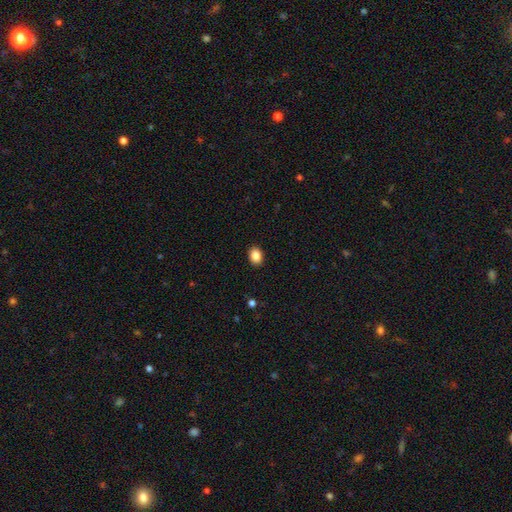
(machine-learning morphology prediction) Smooth or featured?
  - smooth: 86% *
  - star or artifact: 9%
  - featured or disk: 4%
How rounded?
  - in between: 63% *
  - round: 36%
  - cigar-shaped: 1%
Merging?
  - none: 91% *
  - minor disturbance: 7%
  - major disturbance: 2%
  - merger: 1%